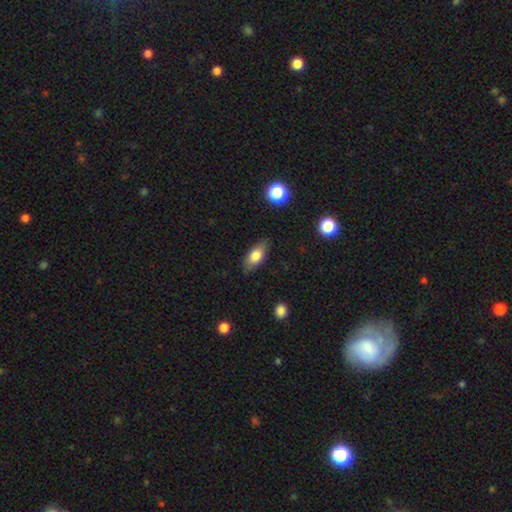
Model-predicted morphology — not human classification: type=smooth (76%); roundness=in between (85%); merging=none (83%).